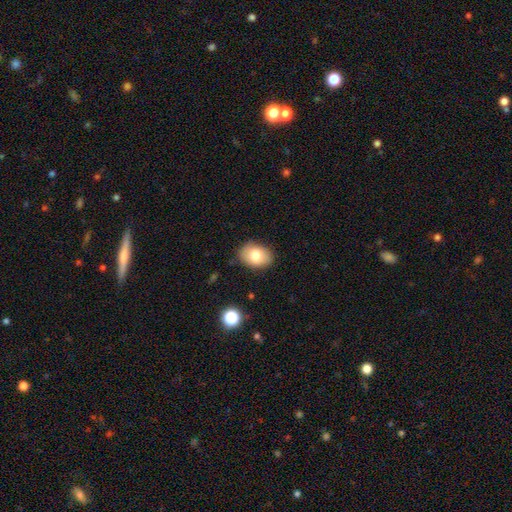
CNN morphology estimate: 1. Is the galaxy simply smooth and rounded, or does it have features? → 78% smooth, 14% featured or disk, 8% star or artifact.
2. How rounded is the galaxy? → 77% in between, 22% round, 1% cigar-shaped.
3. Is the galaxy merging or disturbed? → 84% none, 12% minor disturbance, 3% major disturbance, 1% merger.